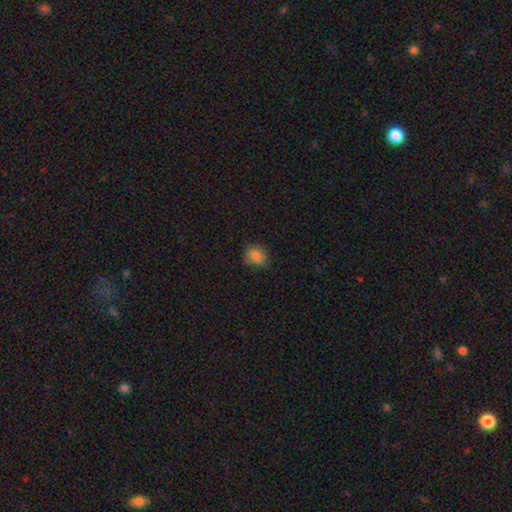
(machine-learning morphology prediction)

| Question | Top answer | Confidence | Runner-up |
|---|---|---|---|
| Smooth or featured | smooth | 82% | star or artifact (11%) |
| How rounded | round | 65% | in between (34%) |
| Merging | none | 73% | minor disturbance (21%) |